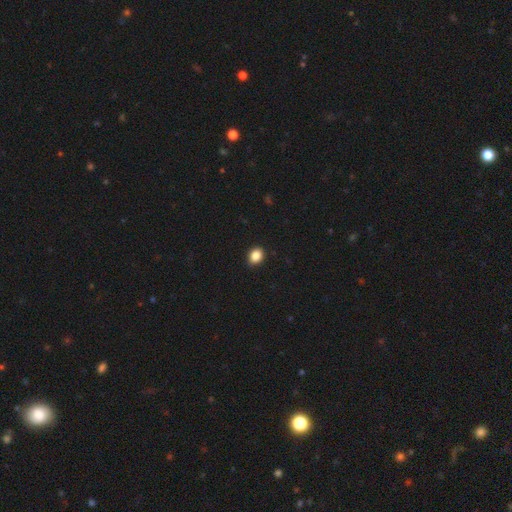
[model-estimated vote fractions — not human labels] Smooth or featured: smooth — 87% (star or artifact — 10%)
How rounded: in between — 50% (round — 49%)
Merging: none — 90% (minor disturbance — 7%)